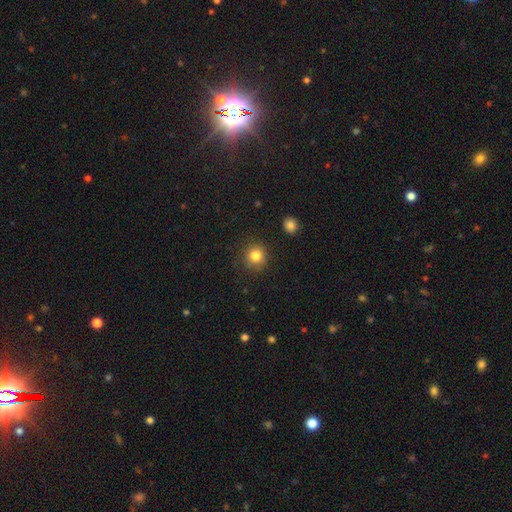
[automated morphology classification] Q: Smooth or featured?
A: smooth (83%); runner-up: star or artifact (11%)
Q: How rounded?
A: round (91%); runner-up: in between (8%)
Q: Merging?
A: none (88%); runner-up: minor disturbance (8%)